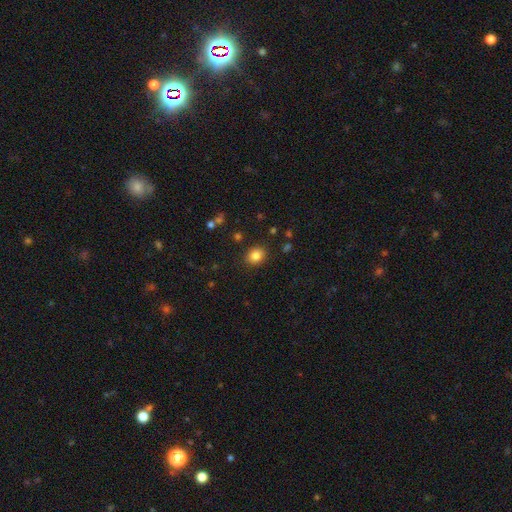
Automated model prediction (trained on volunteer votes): Smooth or featured? smooth (83%)
How rounded? round (59%)
Merging? none (87%)